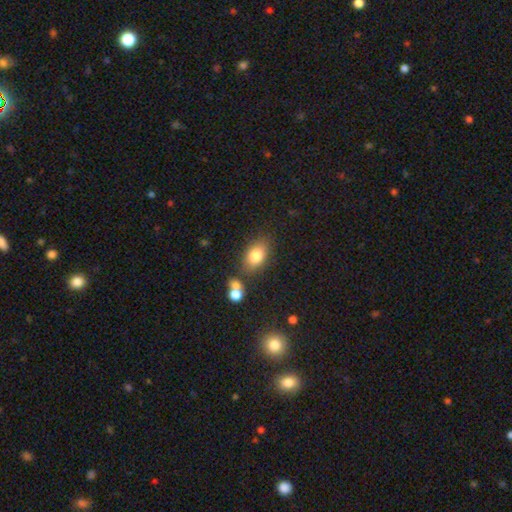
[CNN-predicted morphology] The model was most divided on "merging": none: 73%, minor disturbance: 14%, merger: 9%, major disturbance: 4%. More confident: how rounded — in between (83%); smooth or featured — smooth (79%).